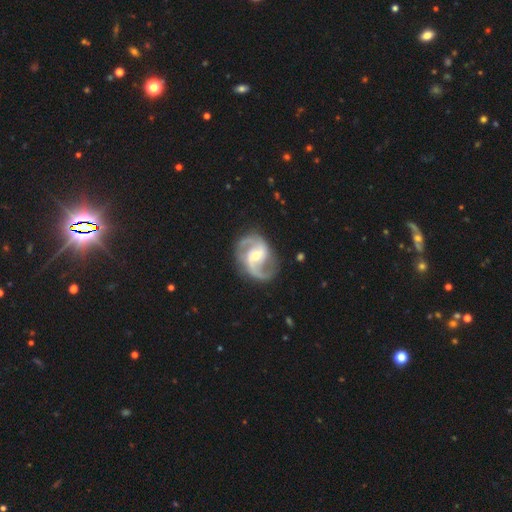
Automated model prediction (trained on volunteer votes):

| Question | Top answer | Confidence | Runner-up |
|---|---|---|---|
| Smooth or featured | featured or disk | 92% | smooth (4%) |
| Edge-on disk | no | 98% | yes (2%) |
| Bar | weak | 48% | no (31%) |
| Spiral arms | yes | 98% | no (2%) |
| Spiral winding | medium | 58% | loose (27%) |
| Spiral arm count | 2 | 91% | 3 (3%) |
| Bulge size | moderate | 58% | small (37%) |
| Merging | none | 79% | minor disturbance (14%) |